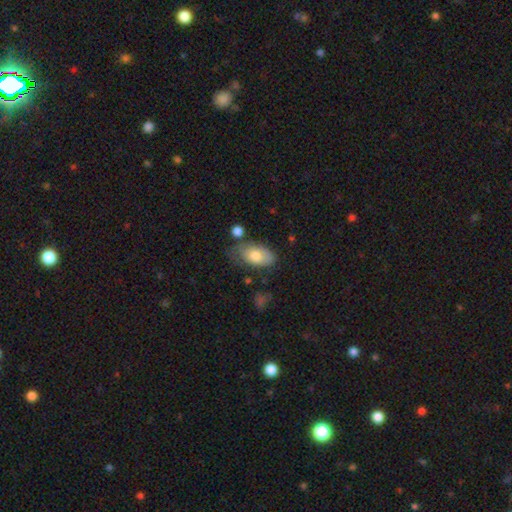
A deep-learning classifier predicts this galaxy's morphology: Overall: smooth (73%). How rounded: in between (93%). Merging: none (52%; minor disturbance 29%).